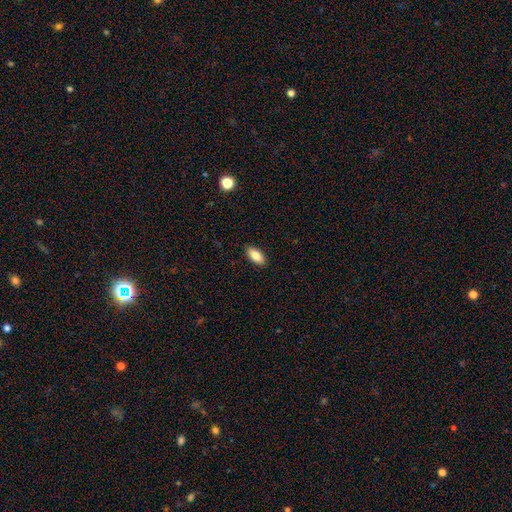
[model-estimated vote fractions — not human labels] smooth_or_featured: smooth (p=0.82) [alt: featured or disk p=0.11]
how_rounded: in between (p=0.89) [alt: cigar-shaped p=0.08]
merging: none (p=0.89) [alt: minor disturbance p=0.08]